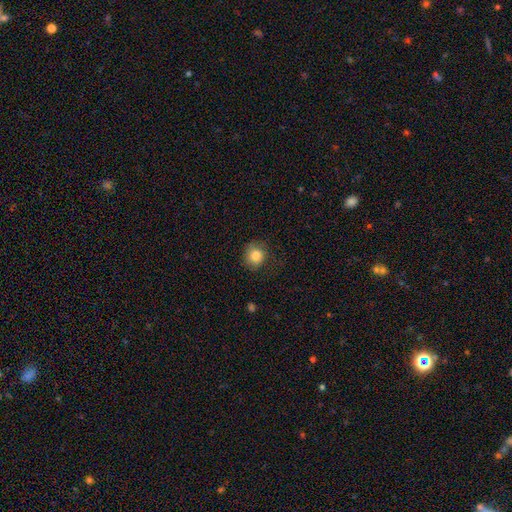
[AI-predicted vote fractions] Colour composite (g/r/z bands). It shows a smooth galaxy with no disk features (86%) that is round (81%). Merging: none (71%).